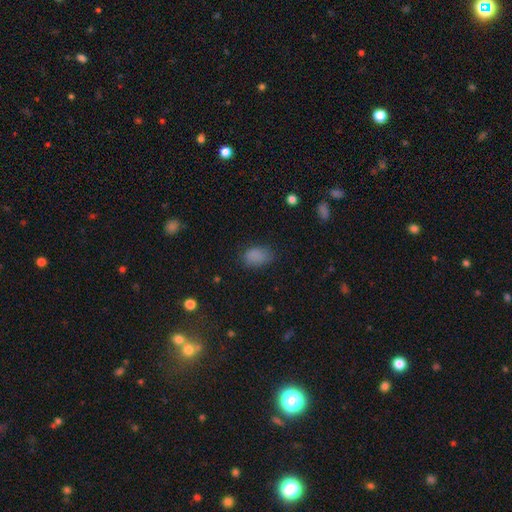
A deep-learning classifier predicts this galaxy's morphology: This is clearly a smooth galaxy (82%). How rounded: clearly in between (83%). Merging: likely none (69%).